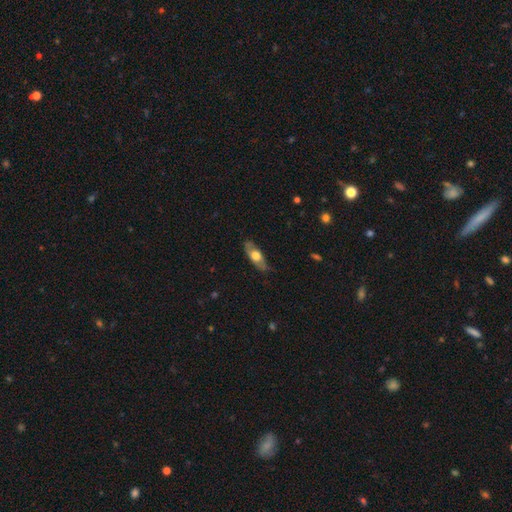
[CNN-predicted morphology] This is possibly a smooth galaxy (53%). How rounded: likely in between (70%). Merging: likely none (78%).